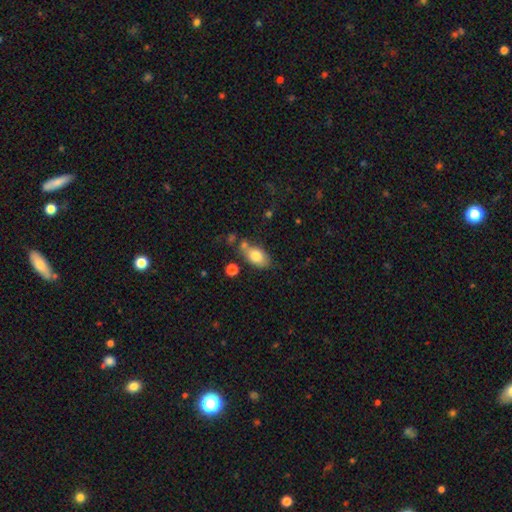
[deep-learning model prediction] A smooth galaxy with no disk features (79%) that is in between round and cigar-shaped (90%). Merging: none (63%).